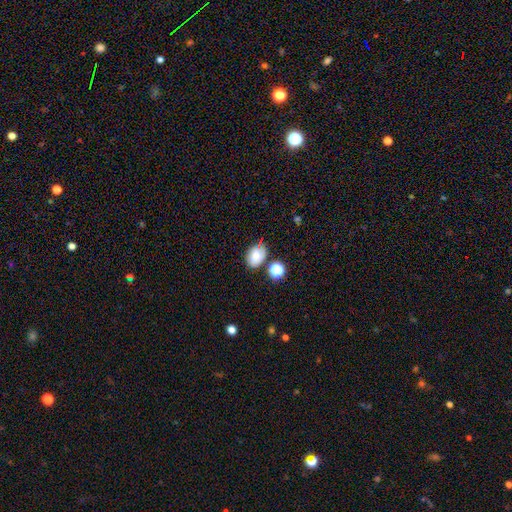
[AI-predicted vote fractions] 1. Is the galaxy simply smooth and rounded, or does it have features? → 73% smooth, 14% featured or disk, 13% star or artifact.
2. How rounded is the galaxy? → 69% in between, 30% round, 1% cigar-shaped.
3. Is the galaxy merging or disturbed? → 60% none, 23% minor disturbance, 11% merger, 6% major disturbance.